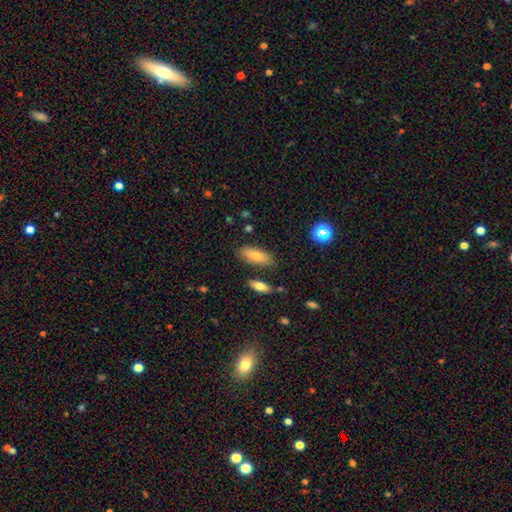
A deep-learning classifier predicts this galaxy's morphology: The model was most divided on "smooth or featured": smooth: 76%, featured or disk: 16%, star or artifact: 8%. More confident: how rounded — in between (79%); merging — none (78%).